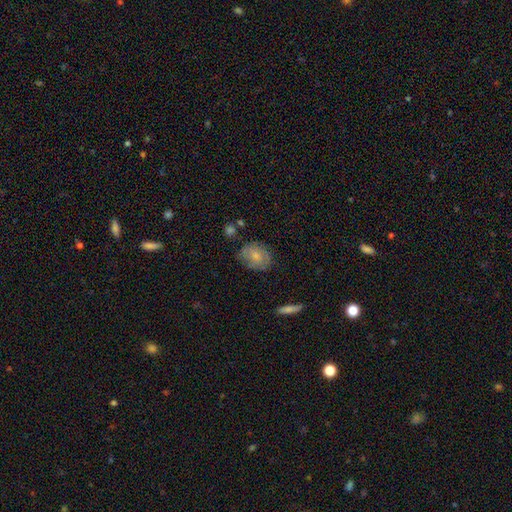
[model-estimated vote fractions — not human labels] Smooth or featured: smooth — 59% (featured or disk — 34%)
How rounded: round — 50% (in between — 49%)
Merging: none — 71% (minor disturbance — 21%)